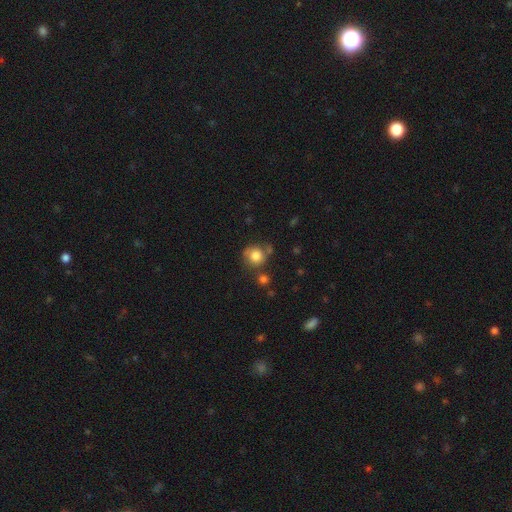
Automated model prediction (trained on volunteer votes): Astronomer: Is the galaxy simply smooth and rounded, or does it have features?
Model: smooth — 80%.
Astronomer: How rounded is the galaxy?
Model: round — 85%.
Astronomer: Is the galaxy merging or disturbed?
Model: none — 63%.